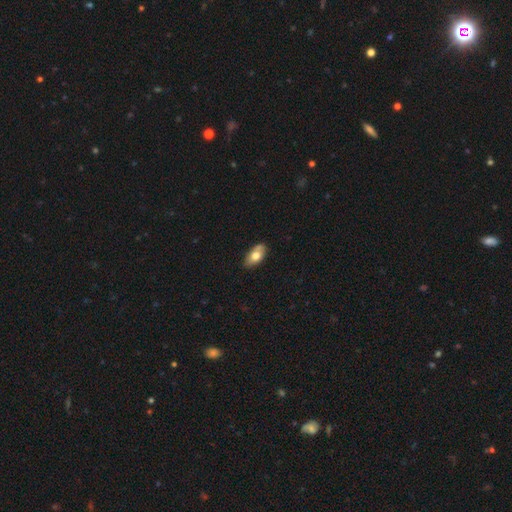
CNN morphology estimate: A smooth galaxy with no disk features (69%) that is in between round and cigar-shaped (92%). Merging: none (77%).